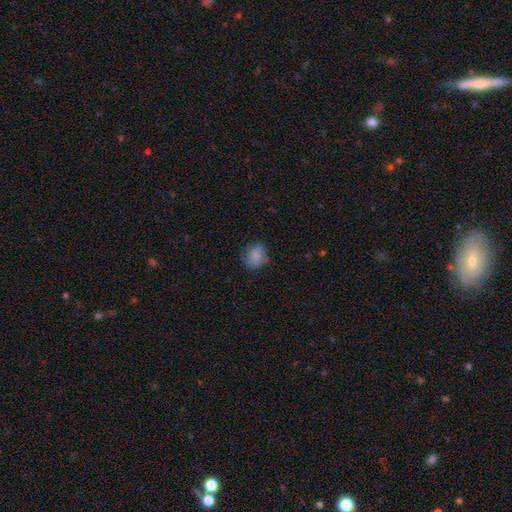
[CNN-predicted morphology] Smooth or featured? Predicted: smooth (p=0.78). How rounded? Predicted: round (p=0.67). Merging? Predicted: none (p=0.66).